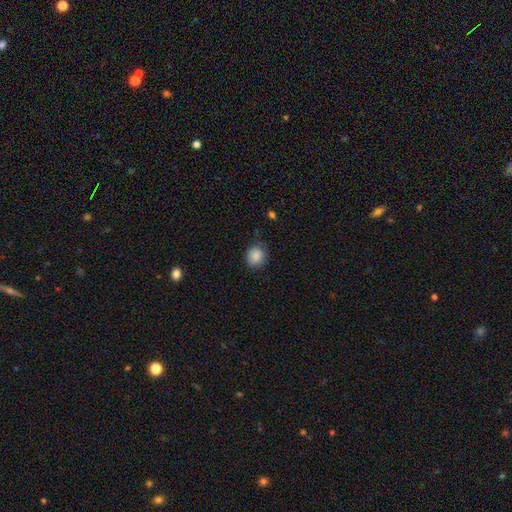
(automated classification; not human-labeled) A smooth galaxy with no disk features (87%) that is round (76%).

Vote fractions:
- Smooth or featured? smooth: 87% / star or artifact: 8% / featured or disk: 5%
- How rounded? round: 76% / in between: 23% / cigar-shaped: 1%
- Merging? none: 74% / minor disturbance: 21% / major disturbance: 4% / merger: 1%